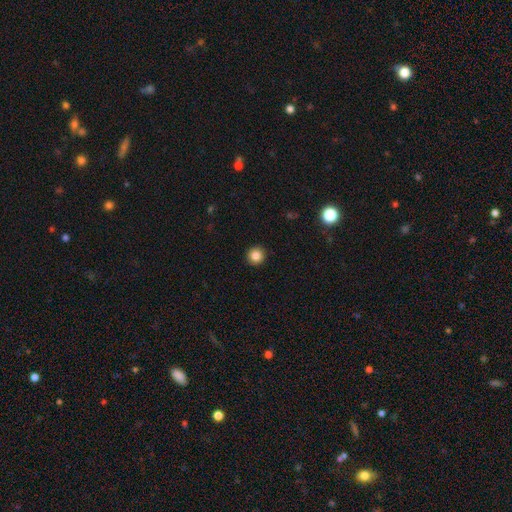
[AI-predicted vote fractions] Smooth or featured: smooth — 85% (star or artifact — 10%)
How rounded: round — 95% (in between — 4%)
Merging: none — 93% (minor disturbance — 5%)